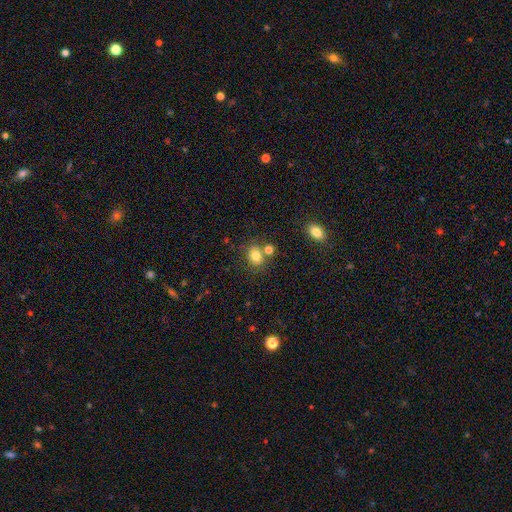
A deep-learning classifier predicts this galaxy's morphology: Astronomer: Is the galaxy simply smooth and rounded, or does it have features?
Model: smooth — 79%.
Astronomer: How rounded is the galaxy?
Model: round — 56% (runner-up: in between, 43%).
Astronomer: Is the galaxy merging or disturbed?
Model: none — 65%.